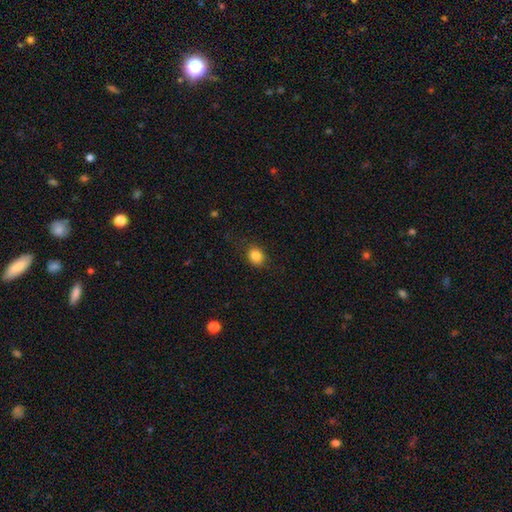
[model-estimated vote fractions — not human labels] A smooth galaxy with no disk features (85%) that is round (62%).

Vote fractions:
- Smooth or featured? smooth: 85% / star or artifact: 10% / featured or disk: 5%
- How rounded? round: 62% / in between: 37% / cigar-shaped: 1%
- Merging? none: 83% / minor disturbance: 12% / major disturbance: 4% / merger: 1%